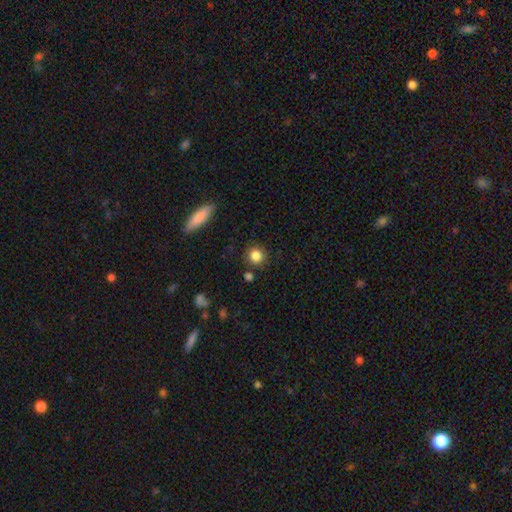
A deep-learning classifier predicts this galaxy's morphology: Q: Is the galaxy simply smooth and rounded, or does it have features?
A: smooth — 85%.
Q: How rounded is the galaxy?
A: round — 89%.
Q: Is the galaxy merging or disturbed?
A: none — 85%.